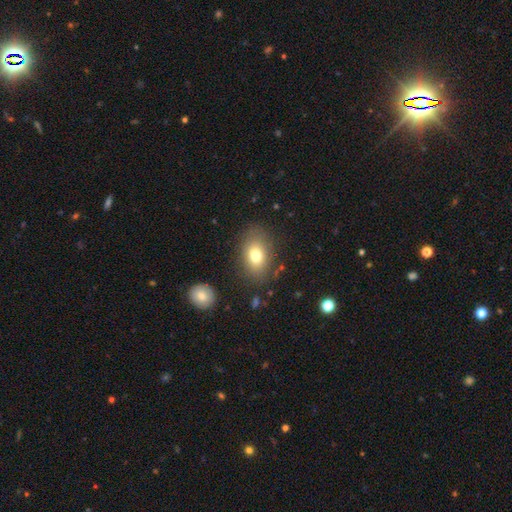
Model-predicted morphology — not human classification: smooth-or-featured: smooth: 76% | featured or disk: 14% | star or artifact: 10%
  how-rounded: in between: 82% | round: 17% | cigar-shaped: 1%
  merging: none: 78% | minor disturbance: 13% | major disturbance: 5% | merger: 3%